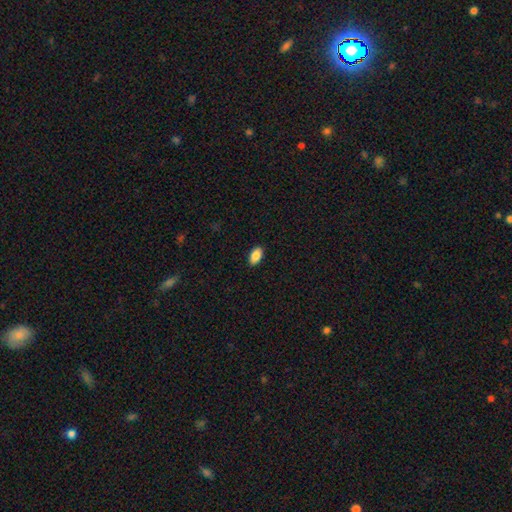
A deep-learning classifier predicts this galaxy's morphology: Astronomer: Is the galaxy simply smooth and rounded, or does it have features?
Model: smooth — 88%.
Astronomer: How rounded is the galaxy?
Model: in between — 93%.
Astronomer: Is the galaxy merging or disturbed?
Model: none — 89%.